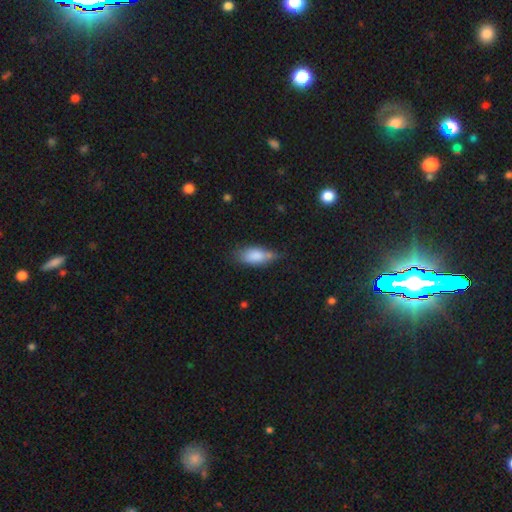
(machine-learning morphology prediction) smooth_or_featured: smooth (p=0.81) [alt: featured or disk p=0.11]
how_rounded: in between (p=0.84) [alt: cigar-shaped p=0.13]
merging: none (p=0.49) [alt: minor disturbance p=0.34]